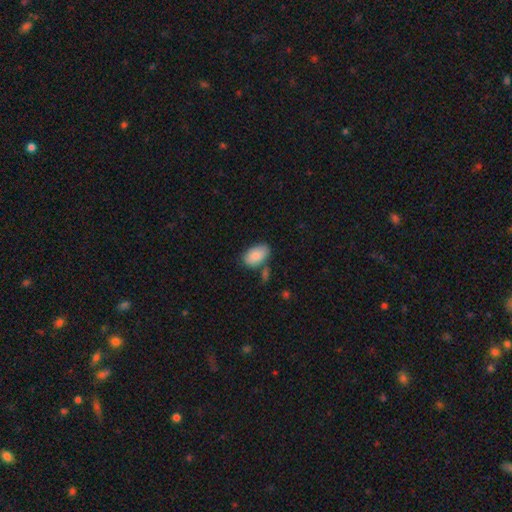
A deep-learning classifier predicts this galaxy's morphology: type=smooth (86%); roundness=in between (93%); merging=none (65%).